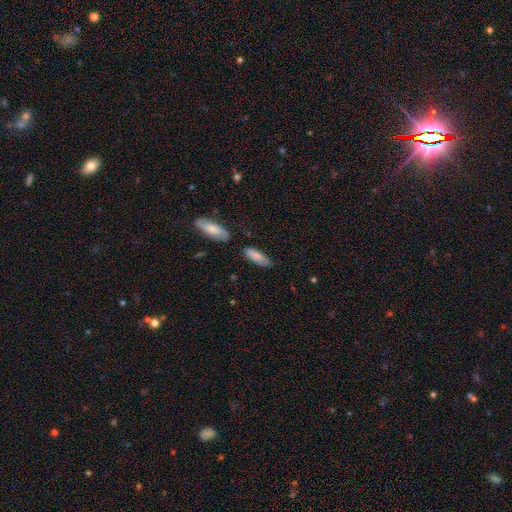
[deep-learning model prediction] smooth-or-featured: smooth: 82% | featured or disk: 12% | star or artifact: 6%
  how-rounded: in between: 63% | cigar-shaped: 35% | round: 2%
  merging: none: 67% | minor disturbance: 23% | merger: 5% | major disturbance: 5%